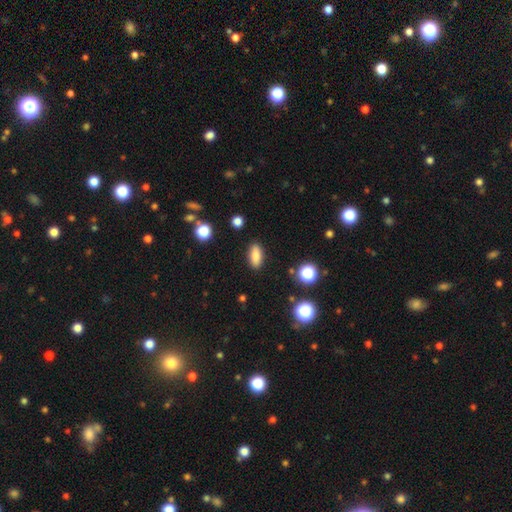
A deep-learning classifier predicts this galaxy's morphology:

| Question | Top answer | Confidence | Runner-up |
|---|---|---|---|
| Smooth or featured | smooth | 84% | star or artifact (9%) |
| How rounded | in between | 80% | cigar-shaped (16%) |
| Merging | none | 88% | minor disturbance (8%) |